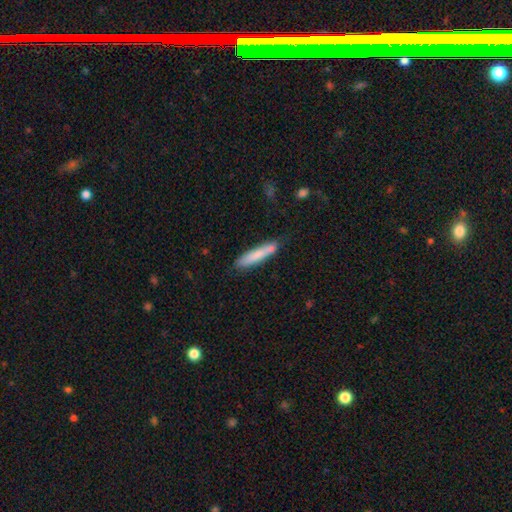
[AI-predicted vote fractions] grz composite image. It shows a smooth galaxy with no disk features (76%) that is cigar-shaped (87%). Merging: none (70%).